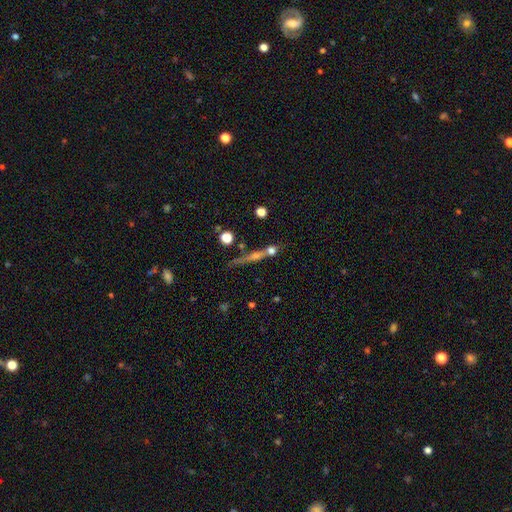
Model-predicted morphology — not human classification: The model was most divided on "smooth or featured": featured or disk: 52%, smooth: 32%, star or artifact: 16%. More confident: edge-on disk — yes (87%); merging — none (62%).